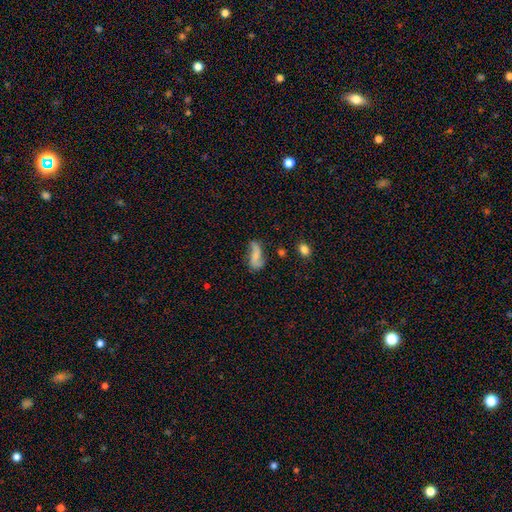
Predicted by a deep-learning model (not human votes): A featured or disk galaxy (57%) with no bar (56%), spiral arms (87%) and a small central bulge (39%, tied with none). Merging: none (54%).